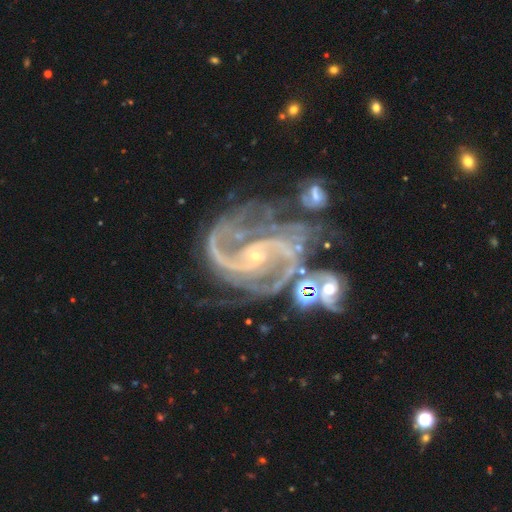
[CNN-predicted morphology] A featured or disk galaxy (91%) with no bar (46%), 2 (53%) medium (52%) spiral arms (98%) and a small central bulge (80%).

Vote fractions:
- Smooth or featured? featured or disk: 91% / star or artifact: 7% / smooth: 3%
- Edge-on disk? no: 98% / yes: 2%
- Bar? no: 46% / weak: 36% / strong: 18%
- Spiral arms? yes: 98% / no: 2%
- Spiral winding? medium: 52% / tight: 33% / loose: 15%
- Spiral arm count? 2: 53% / 3: 18% / can't tell: 11% / 4: 7% / more than 4: 6% / 1: 6%
- Bulge size? small: 80% / moderate: 15% / none: 3% / large: 1% / dominant: 1%
- Merging? none: 40% / merger: 21% / minor disturbance: 20% / major disturbance: 19%